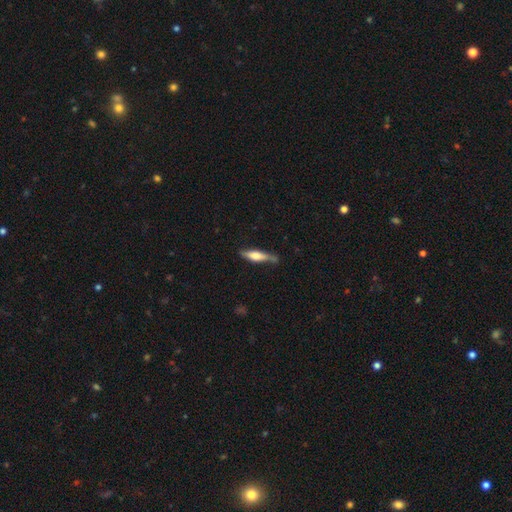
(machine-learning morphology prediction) smooth 48%, featured or disk 46%, star or artifact 6%. Down the decision tree: merging — none (66%).